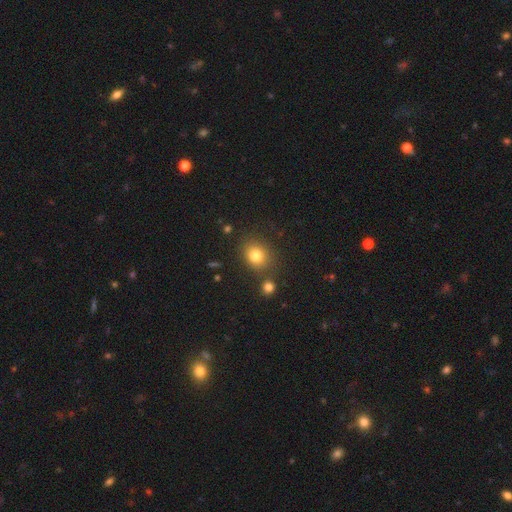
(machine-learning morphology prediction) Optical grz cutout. It shows a smooth galaxy with no disk features (80%) that is round (62%). Merging: none (78%).